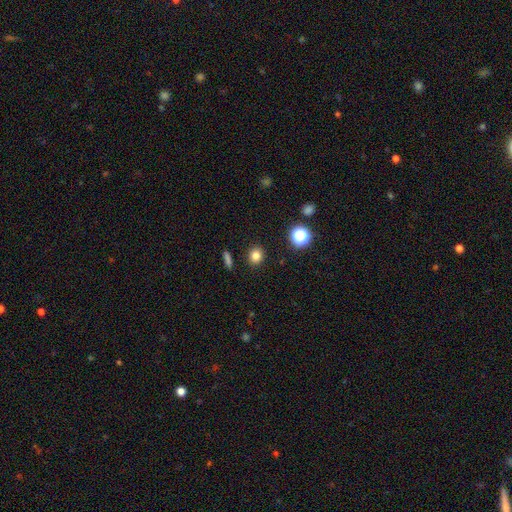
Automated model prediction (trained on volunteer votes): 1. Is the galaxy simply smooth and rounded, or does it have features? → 80% smooth, 14% star or artifact, 6% featured or disk.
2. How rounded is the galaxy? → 74% round, 25% in between, 1% cigar-shaped.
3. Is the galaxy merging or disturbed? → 90% none, 6% minor disturbance, 2% major disturbance, 2% merger.